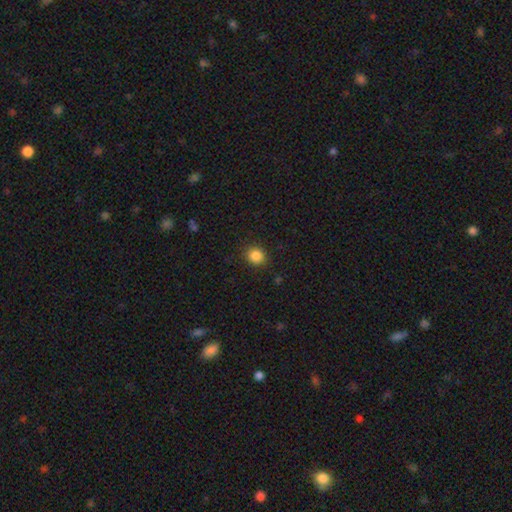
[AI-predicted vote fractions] Overall: smooth (86%). How rounded: round (85%). Merging: none (89%).